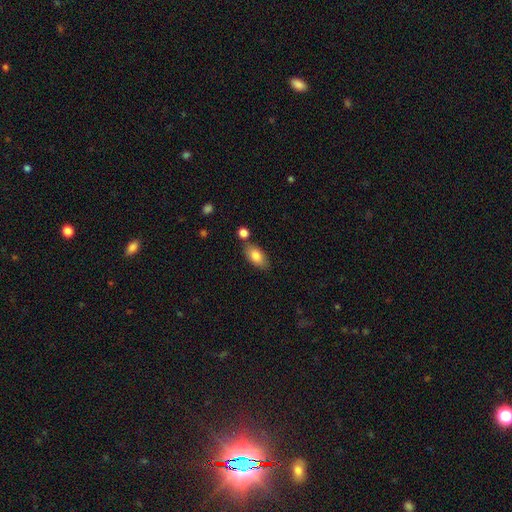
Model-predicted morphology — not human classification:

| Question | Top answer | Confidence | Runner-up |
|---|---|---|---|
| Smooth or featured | smooth | 82% | featured or disk (11%) |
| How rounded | in between | 91% | cigar-shaped (5%) |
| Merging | none | 74% | minor disturbance (13%) |